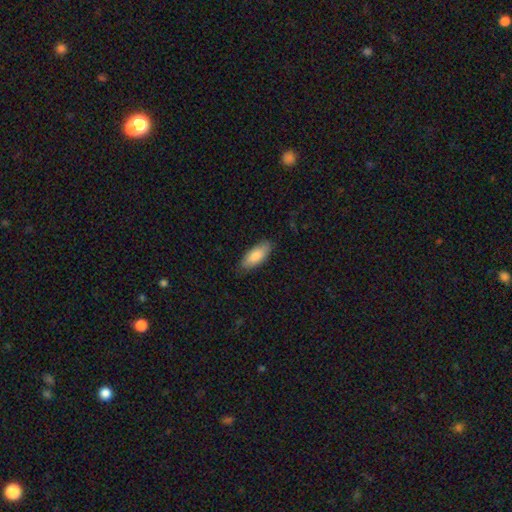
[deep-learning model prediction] smooth 84%, featured or disk 11%, star or artifact 6%. Down the decision tree: how rounded — in between (82%); merging — none (83%).